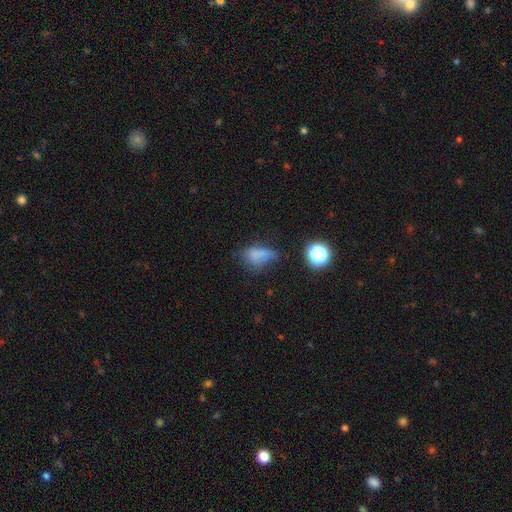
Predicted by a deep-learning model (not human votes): Smooth or featured: smooth — 64% (star or artifact — 20%)
How rounded: in between — 75% (round — 19%)
Merging: none — 36% (minor disturbance — 32%)